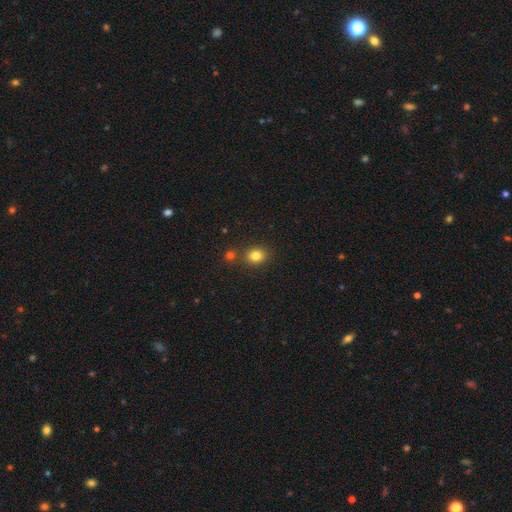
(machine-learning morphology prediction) smooth-or-featured: smooth: 82% | star or artifact: 12% | featured or disk: 6%
  how-rounded: round: 60% | in between: 39% | cigar-shaped: 1%
  merging: none: 75% | merger: 13% | minor disturbance: 9% | major disturbance: 3%